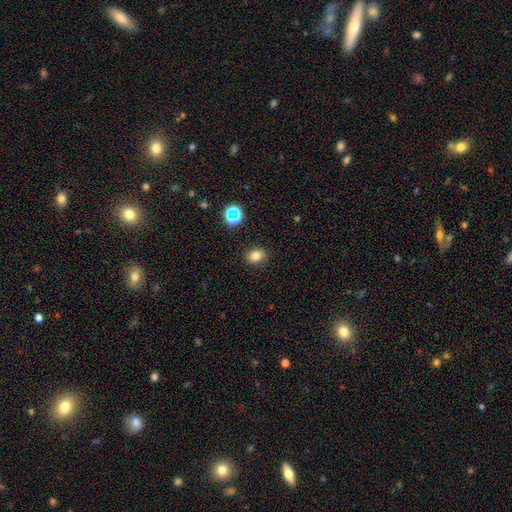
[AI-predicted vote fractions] Smooth or featured? Predicted: smooth (p=0.78). How rounded? Predicted: in between (p=0.51). Merging? Predicted: none (p=0.87).